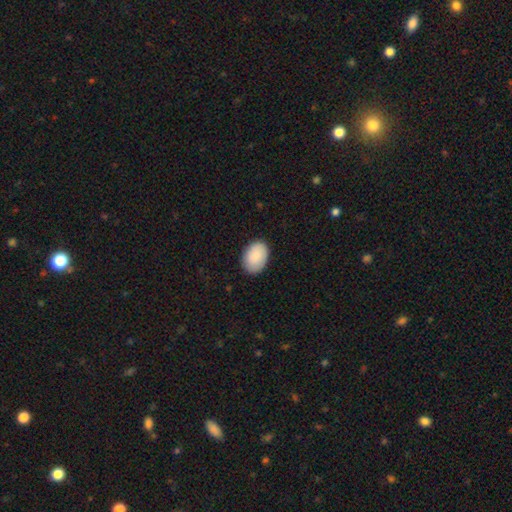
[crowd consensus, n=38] A smooth galaxy with no disk features (97%) that is in between round and cigar-shaped (76%).

Vote fractions:
- Smooth or featured? smooth: 97% / star or artifact: 3% / featured or disk: 0%
- How rounded? in between: 76% / round: 24% / cigar-shaped: 0%
- Merging? none: 86% / major disturbance: 8% / minor disturbance: 5% / merger: 0%